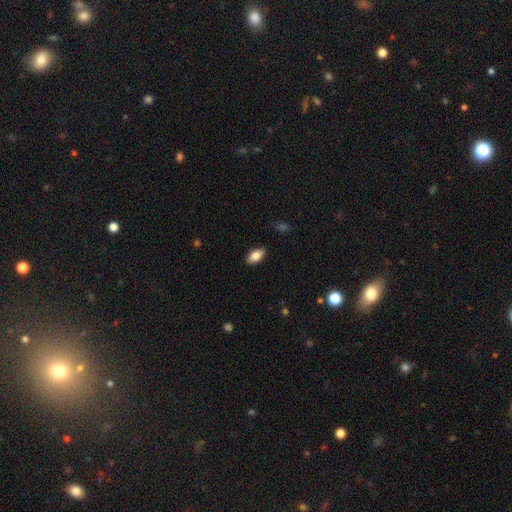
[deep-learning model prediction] smooth-or-featured: smooth: 81% | featured or disk: 12% | star or artifact: 7%
  how-rounded: in between: 91% | cigar-shaped: 5% | round: 4%
  merging: none: 88% | minor disturbance: 9% | major disturbance: 2% | merger: 1%